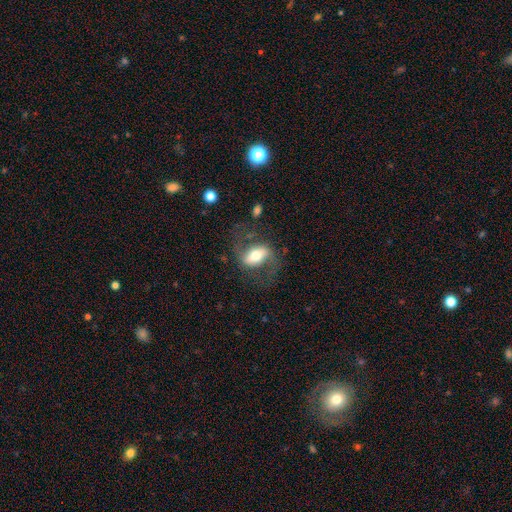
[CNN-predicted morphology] type=featured or disk (60%); edge-on=no (91%); bar=strong (46%); spiral arms=yes (78%); bulge=moderate (60%); merging=none (61%).